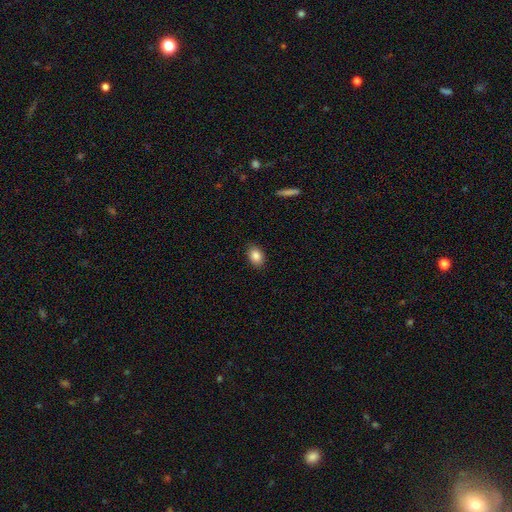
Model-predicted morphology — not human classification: Smooth or featured? smooth (86%)
How rounded? in between (77%)
Merging? none (87%)